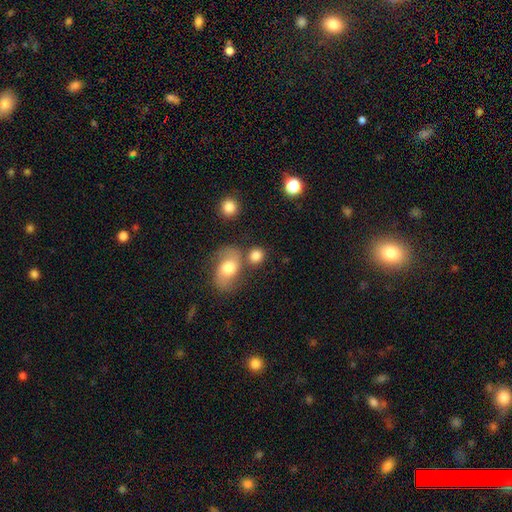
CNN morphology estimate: smooth-or-featured: smooth: 80% | featured or disk: 11% | star or artifact: 9%
  how-rounded: round: 70% | in between: 28% | cigar-shaped: 2%
  merging: none: 64% | merger: 19% | minor disturbance: 12% | major disturbance: 5%